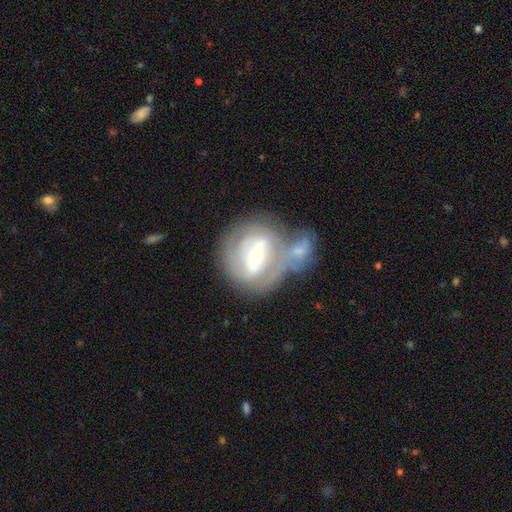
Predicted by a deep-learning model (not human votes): A featured or disk galaxy (76%) with a strong bar (52%), spiral arms (67%) and a moderate central bulge (54%). Merging: merger (45%).